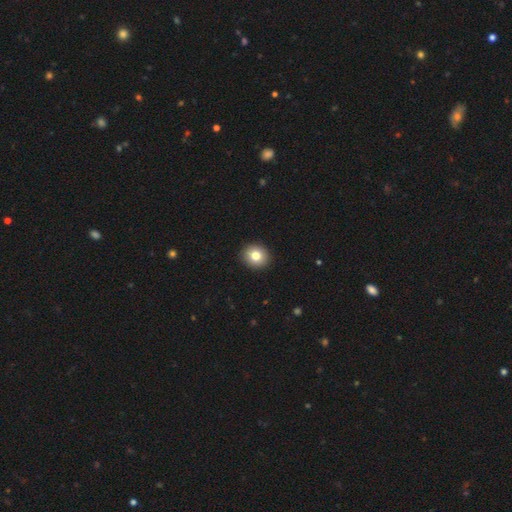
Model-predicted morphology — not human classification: Smooth or featured: smooth — 80% (featured or disk — 10%)
How rounded: round — 84% (in between — 15%)
Merging: none — 93% (minor disturbance — 5%)